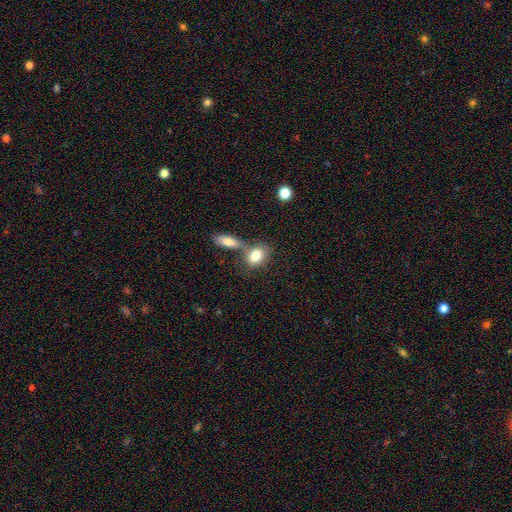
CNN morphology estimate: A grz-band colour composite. It shows a smooth galaxy with no disk features (80%) that is in between round and cigar-shaped (71%). Merging: none (45%).